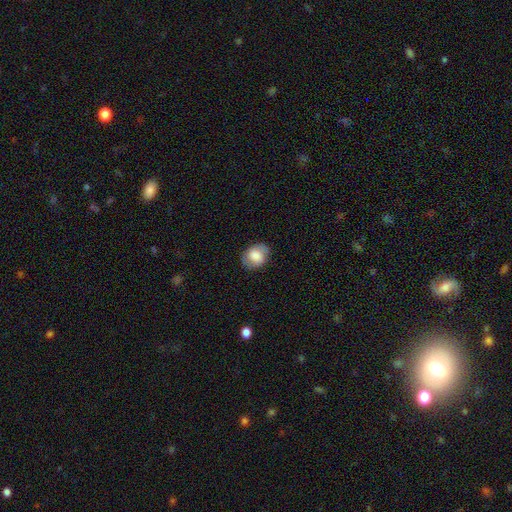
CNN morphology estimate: A smooth galaxy with no disk features (73%) that is in between round and cigar-shaped (57%). Merging: none (78%).